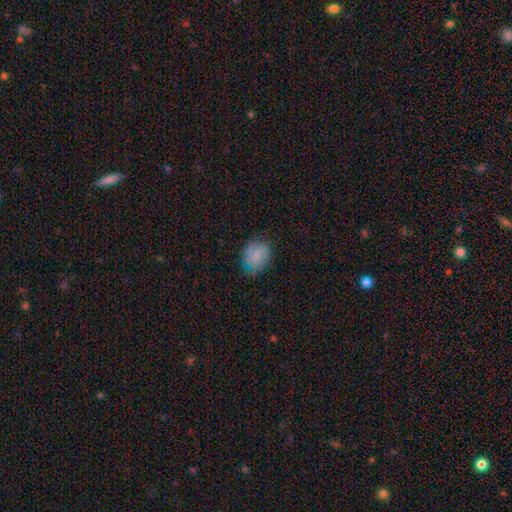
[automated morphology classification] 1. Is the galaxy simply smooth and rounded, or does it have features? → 66% smooth, 25% featured or disk, 9% star or artifact.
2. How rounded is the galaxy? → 51% in between, 48% round, 1% cigar-shaped.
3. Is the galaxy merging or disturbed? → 72% none, 21% minor disturbance, 6% major disturbance, 1% merger.